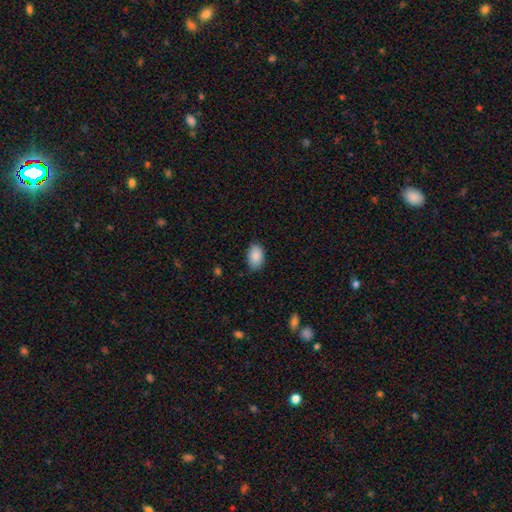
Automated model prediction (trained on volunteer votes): smooth-or-featured: smooth: 89% | star or artifact: 7% | featured or disk: 4%
  how-rounded: in between: 91% | round: 8% | cigar-shaped: 1%
  merging: none: 85% | minor disturbance: 11% | major disturbance: 2% | merger: 1%